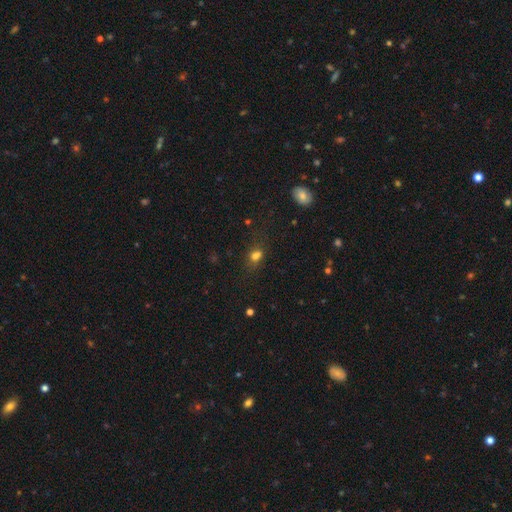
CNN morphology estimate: Smooth or featured? Predicted: smooth (p=0.71). How rounded? Predicted: in between (p=0.57). Merging? Predicted: none (p=0.55).